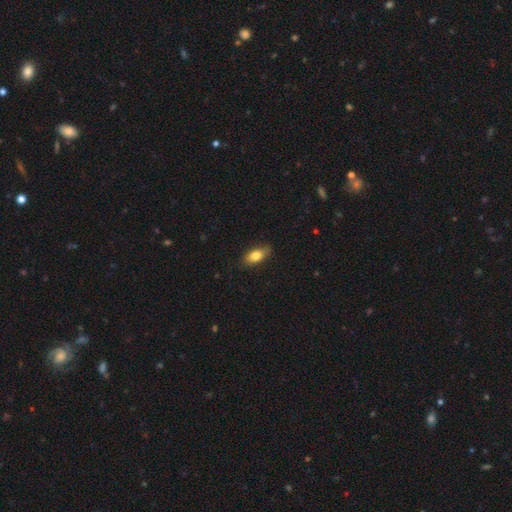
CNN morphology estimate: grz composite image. It shows a smooth galaxy with no disk features (80%) that is in between round and cigar-shaped (85%). Merging: none (81%).